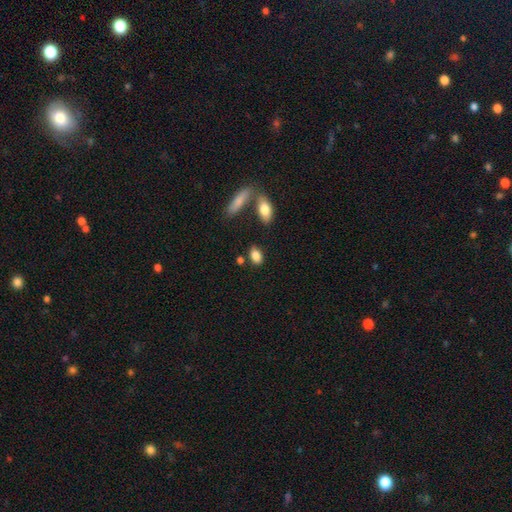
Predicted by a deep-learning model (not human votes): Smooth or featured? Predicted: smooth (p=0.85). How rounded? Predicted: in between (p=0.88). Merging? Predicted: none (p=0.72).